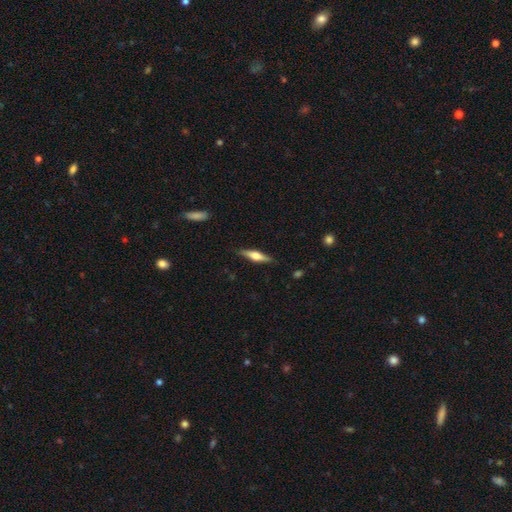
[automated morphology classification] Smooth or featured?
  - featured or disk: 51% *
  - smooth: 44%
  - star or artifact: 6%
Edge-on disk?
  - yes: 95% *
  - no: 5%
Merging?
  - none: 87% *
  - minor disturbance: 10%
  - major disturbance: 2%
  - merger: 1%